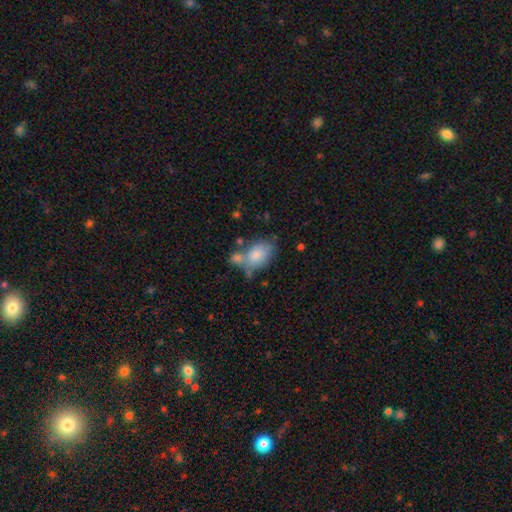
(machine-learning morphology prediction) type=smooth (79%); roundness=in between (86%); merging=none (42%).